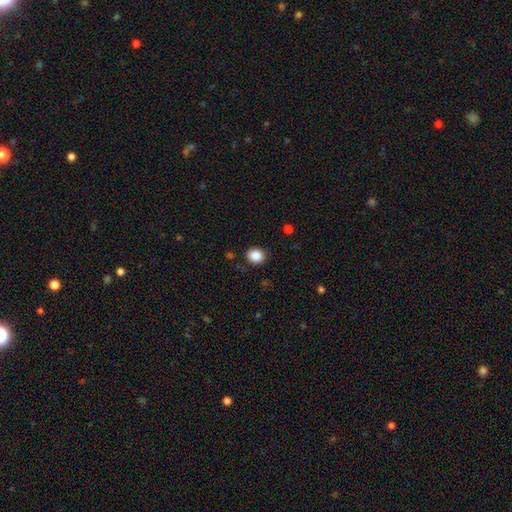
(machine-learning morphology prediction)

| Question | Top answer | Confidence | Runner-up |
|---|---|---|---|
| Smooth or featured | smooth | 87% | star or artifact (10%) |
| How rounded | round | 68% | in between (31%) |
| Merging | none | 87% | minor disturbance (9%) |